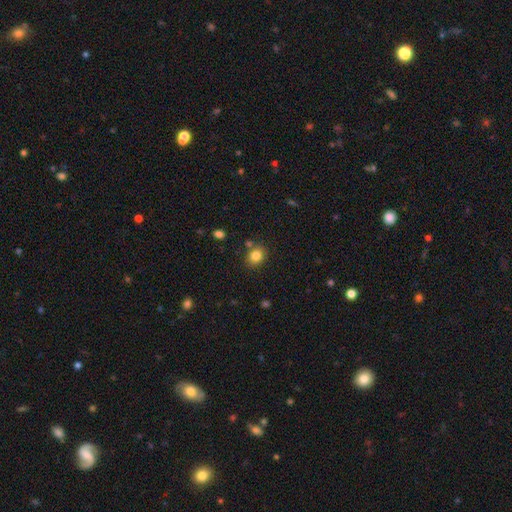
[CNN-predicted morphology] Smooth or featured?
  - smooth: 82% *
  - star or artifact: 11%
  - featured or disk: 7%
How rounded?
  - round: 56% *
  - in between: 43%
  - cigar-shaped: 1%
Merging?
  - none: 78% *
  - minor disturbance: 11%
  - merger: 8%
  - major disturbance: 3%